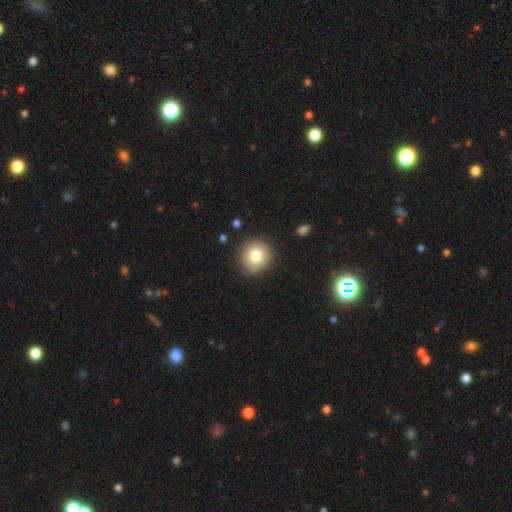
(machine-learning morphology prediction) Overall: smooth (82%). How rounded: round (90%). Merging: none (86%).